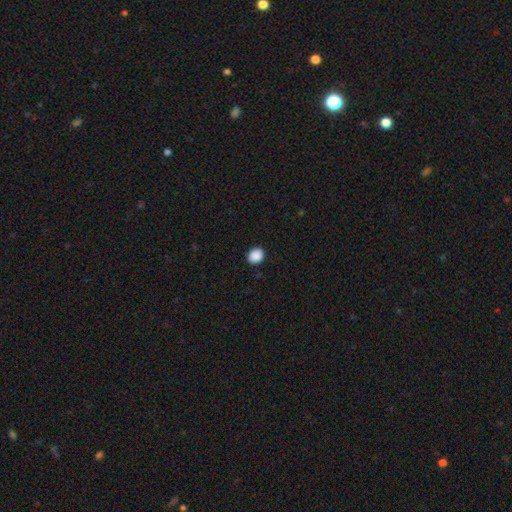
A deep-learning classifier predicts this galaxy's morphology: Smooth or featured?
  - smooth: 89% *
  - star or artifact: 8%
  - featured or disk: 2%
How rounded?
  - round: 63% *
  - in between: 36%
  - cigar-shaped: 1%
Merging?
  - none: 90% *
  - minor disturbance: 7%
  - major disturbance: 2%
  - merger: 1%